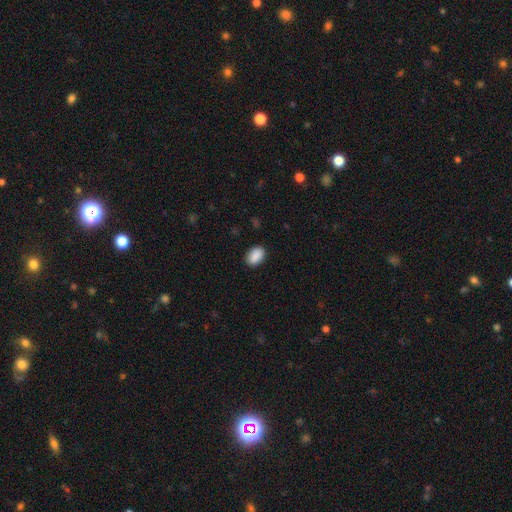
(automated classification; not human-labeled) Smooth or featured?
  - smooth: 90% *
  - star or artifact: 7%
  - featured or disk: 3%
How rounded?
  - in between: 84% *
  - round: 15%
  - cigar-shaped: 1%
Merging?
  - none: 88% *
  - minor disturbance: 9%
  - major disturbance: 2%
  - merger: 1%